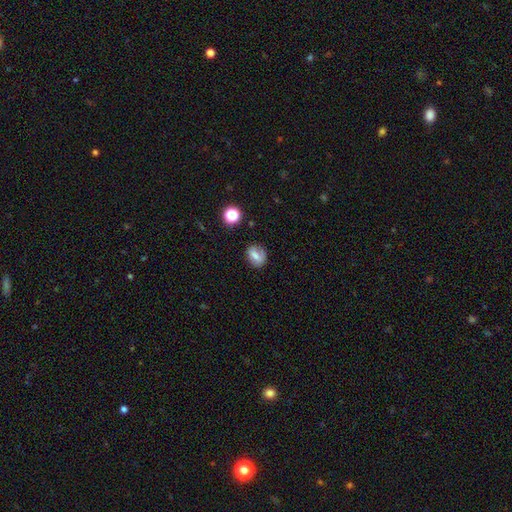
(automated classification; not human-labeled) Smooth or featured: smooth — 66% (featured or disk — 22%)
How rounded: round — 52% (in between — 46%)
Merging: none — 70% (minor disturbance — 19%)